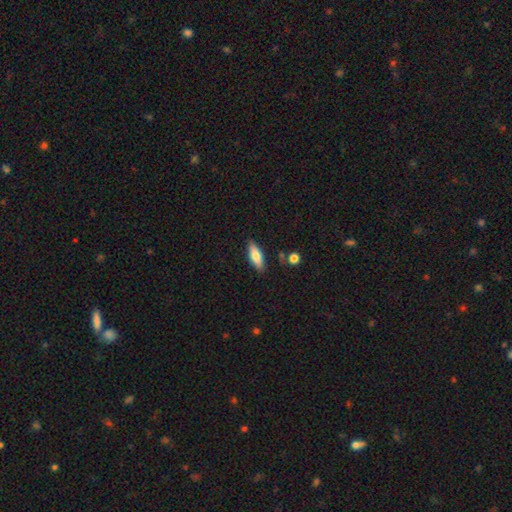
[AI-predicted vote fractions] This appears to be a smooth galaxy with no disk features (73%) that is in between round and cigar-shaped (56%). Merging: none (84%).